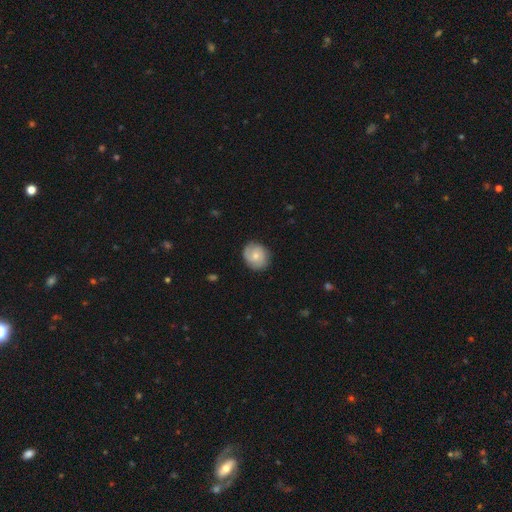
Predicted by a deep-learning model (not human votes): Q: Smooth or featured?
A: smooth (49%); runner-up: featured or disk (44%)
Q: Merging?
A: none (83%); runner-up: minor disturbance (13%)